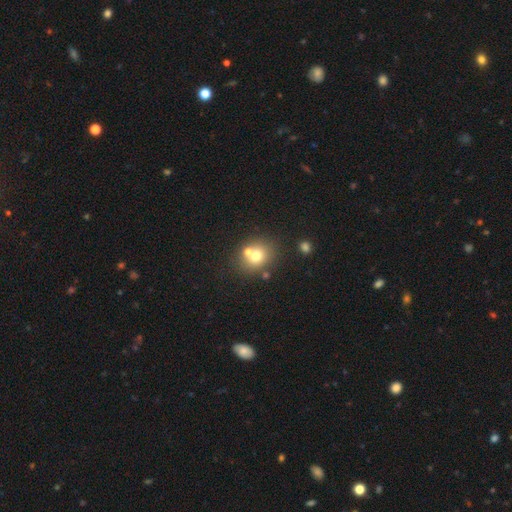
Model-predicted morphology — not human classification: type=smooth (67%); roundness=round (71%); merging=none (55%).